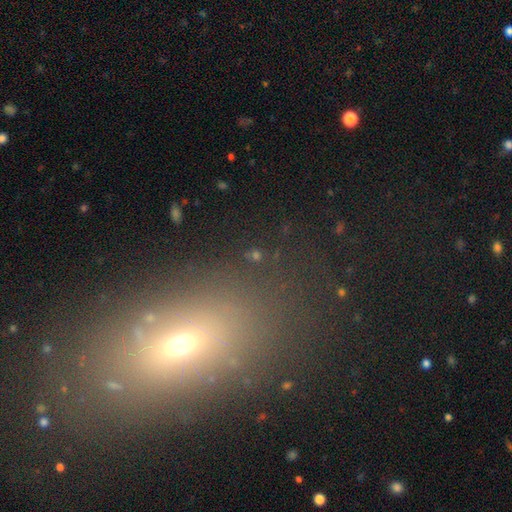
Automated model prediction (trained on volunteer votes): This appears to be a star or artifact, not a galaxy (49%).